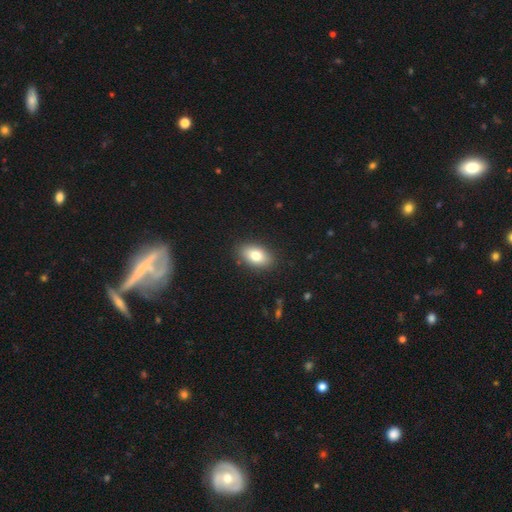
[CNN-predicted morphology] Smooth or featured?
  - smooth: 80% *
  - featured or disk: 13%
  - star or artifact: 8%
How rounded?
  - in between: 90% *
  - round: 8%
  - cigar-shaped: 3%
Merging?
  - none: 87% *
  - minor disturbance: 9%
  - major disturbance: 2%
  - merger: 1%